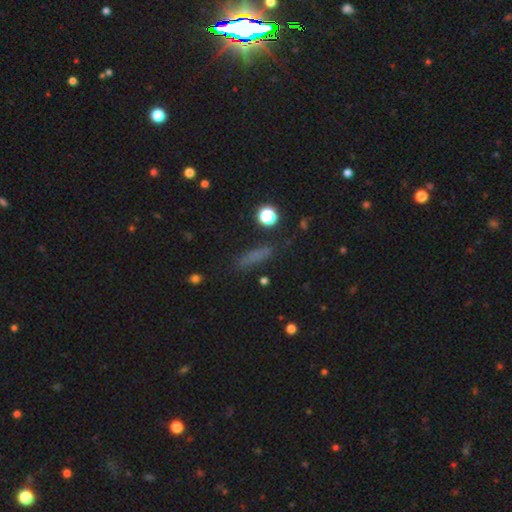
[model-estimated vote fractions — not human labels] Overall: smooth (67%). How rounded: cigar-shaped (73%). Merging: none (81%).